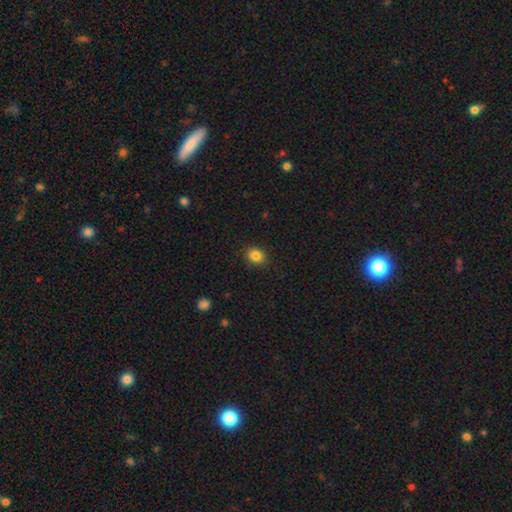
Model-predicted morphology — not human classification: A smooth galaxy with no disk features (84%) that is round (65%). Merging: none (90%).